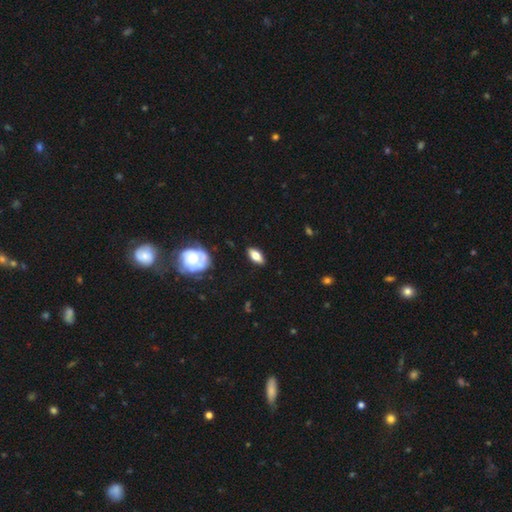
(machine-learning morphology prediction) type=smooth (67%); roundness=in between (82%); merging=none (86%).